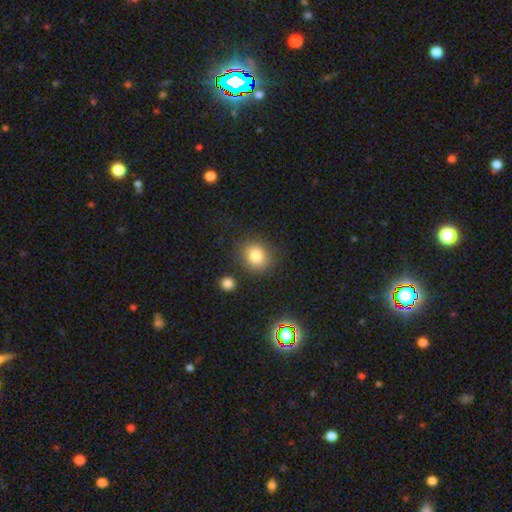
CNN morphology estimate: smooth 82%, star or artifact 11%, featured or disk 7%. Down the decision tree: how rounded — round (69%); merging — none (81%).